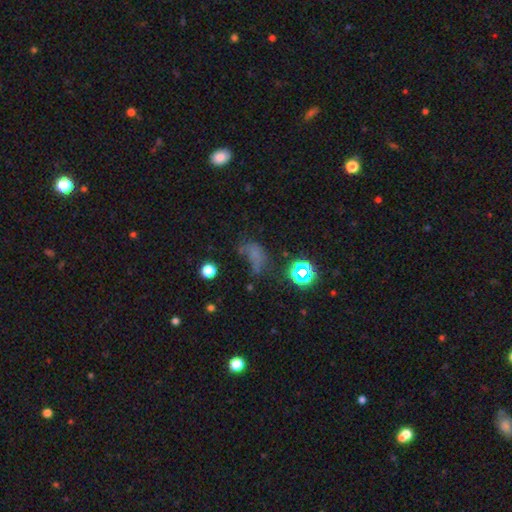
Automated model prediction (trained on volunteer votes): smooth_or_featured: smooth (p=0.47) [alt: star or artifact p=0.34]
merging: major disturbance (p=0.34) [alt: none p=0.33]